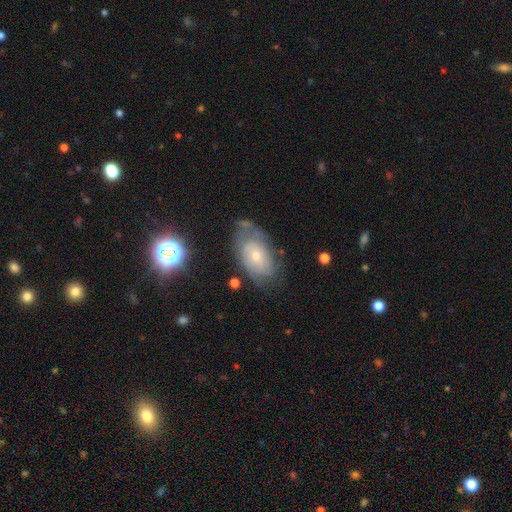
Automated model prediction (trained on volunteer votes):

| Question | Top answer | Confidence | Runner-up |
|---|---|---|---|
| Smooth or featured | featured or disk | 65% | smooth (26%) |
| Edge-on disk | no | 94% | yes (6%) |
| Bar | no | 77% | weak (21%) |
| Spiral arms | yes | 79% | no (21%) |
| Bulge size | small | 55% | moderate (40%) |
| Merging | none | 55% | minor disturbance (27%) |